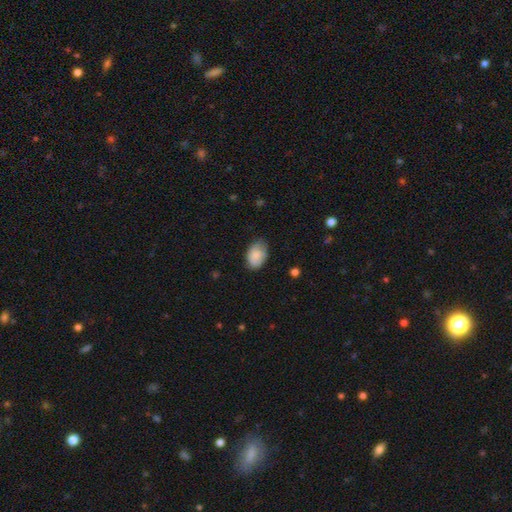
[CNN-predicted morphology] The model was most divided on "merging": none: 65%, minor disturbance: 28%, major disturbance: 5%, merger: 1%. More confident: how rounded — in between (87%); smooth or featured — smooth (81%).